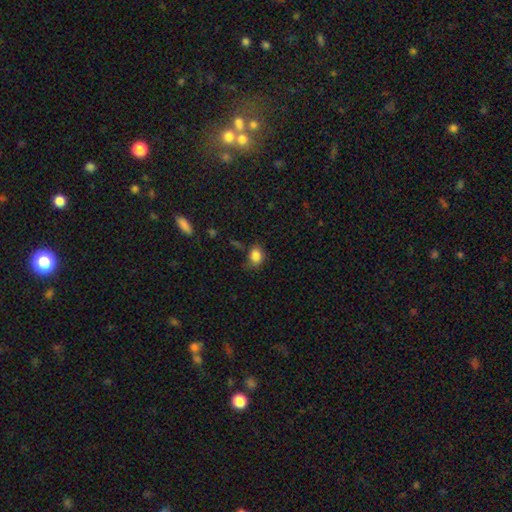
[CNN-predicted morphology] This is clearly a smooth galaxy (84%). How rounded: possibly in between (60%). Merging: likely none (62%).